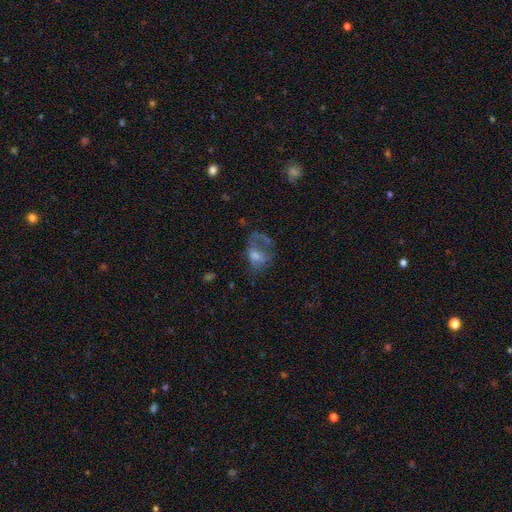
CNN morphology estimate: smooth-or-featured: smooth: 45% | featured or disk: 43% | star or artifact: 13%
  merging: major disturbance: 50% | none: 27% | minor disturbance: 18% | merger: 6%